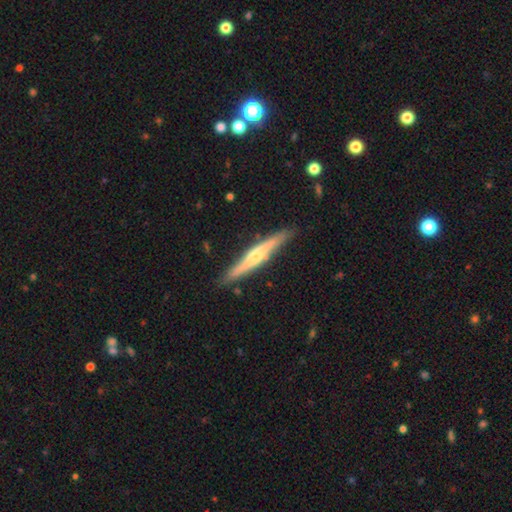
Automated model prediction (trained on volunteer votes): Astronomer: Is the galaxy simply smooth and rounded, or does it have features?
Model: featured or disk — 64%.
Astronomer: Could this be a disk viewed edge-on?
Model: yes — 95%.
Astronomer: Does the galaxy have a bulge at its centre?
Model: rounded — 76%.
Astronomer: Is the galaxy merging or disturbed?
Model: none — 85%.